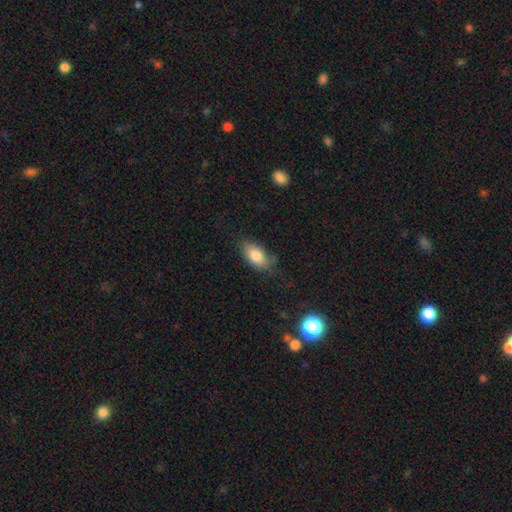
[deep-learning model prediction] Smooth or featured?
  - smooth: 80% *
  - featured or disk: 12%
  - star or artifact: 7%
How rounded?
  - in between: 90% *
  - round: 6%
  - cigar-shaped: 4%
Merging?
  - none: 69% *
  - minor disturbance: 23%
  - major disturbance: 6%
  - merger: 2%